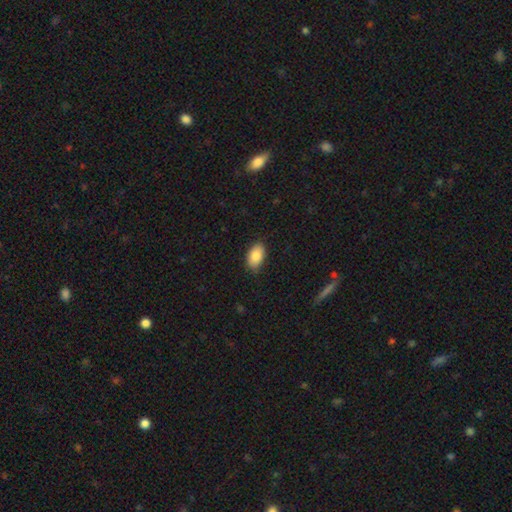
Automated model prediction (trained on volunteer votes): A smooth galaxy with no disk features (87%) that is in between round and cigar-shaped (93%).

Vote fractions:
- Smooth or featured? smooth: 87% / star or artifact: 7% / featured or disk: 6%
- How rounded? in between: 93% / round: 5% / cigar-shaped: 2%
- Merging? none: 82% / minor disturbance: 15% / major disturbance: 3% / merger: 1%